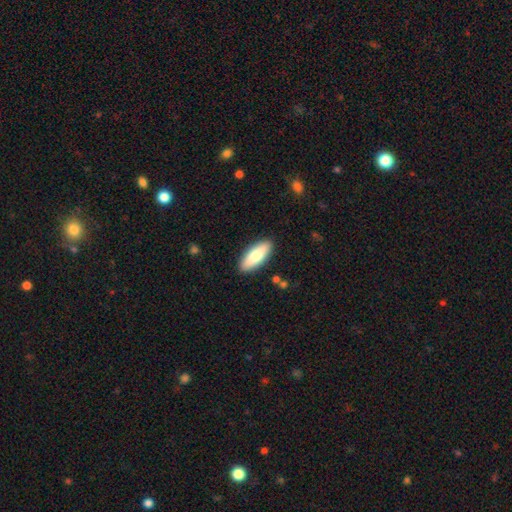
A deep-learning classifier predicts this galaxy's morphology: A smooth galaxy with no disk features (74%) that is in between round and cigar-shaped (71%).

Vote fractions:
- Smooth or featured? smooth: 74% / featured or disk: 21% / star or artifact: 6%
- How rounded? in between: 71% / cigar-shaped: 27% / round: 2%
- Merging? none: 89% / minor disturbance: 8% / major disturbance: 2% / merger: 1%